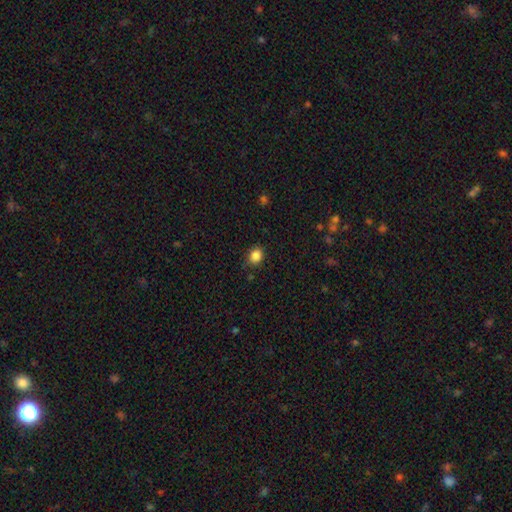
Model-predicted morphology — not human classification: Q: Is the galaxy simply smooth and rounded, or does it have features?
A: smooth — 85%.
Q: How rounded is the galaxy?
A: round — 58%.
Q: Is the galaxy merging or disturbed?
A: none — 81%.